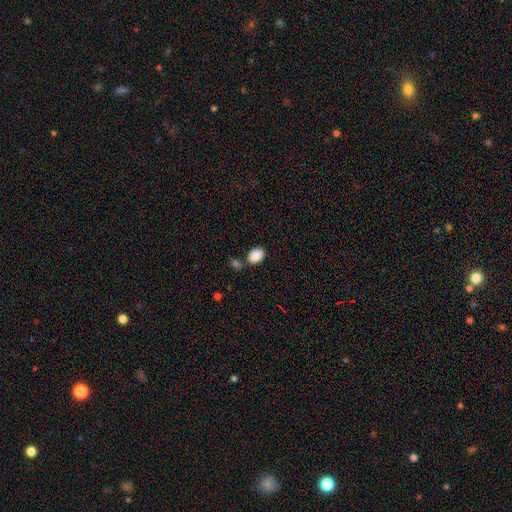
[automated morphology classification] This is clearly a smooth galaxy (88%). How rounded: clearly in between (83%). Merging: likely none (69%).